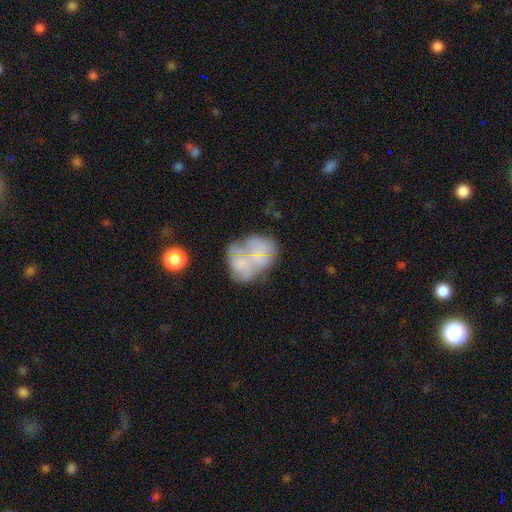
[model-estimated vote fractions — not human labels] Morphology: type=featured or disk (50%); merging=none (34%).